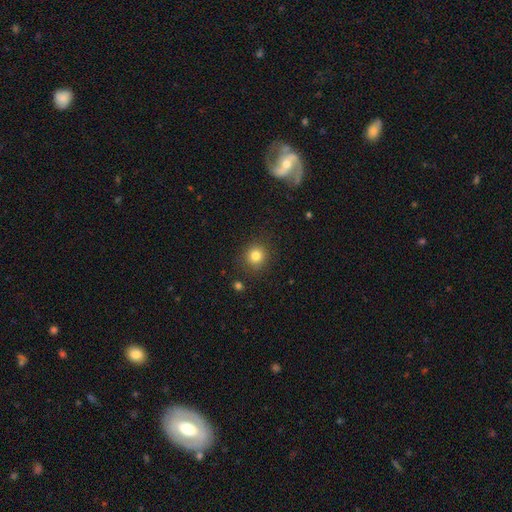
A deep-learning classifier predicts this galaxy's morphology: Smooth or featured?
  - smooth: 82% *
  - star or artifact: 12%
  - featured or disk: 6%
How rounded?
  - round: 88% *
  - in between: 11%
  - cigar-shaped: 1%
Merging?
  - none: 87% *
  - minor disturbance: 8%
  - major disturbance: 3%
  - merger: 2%